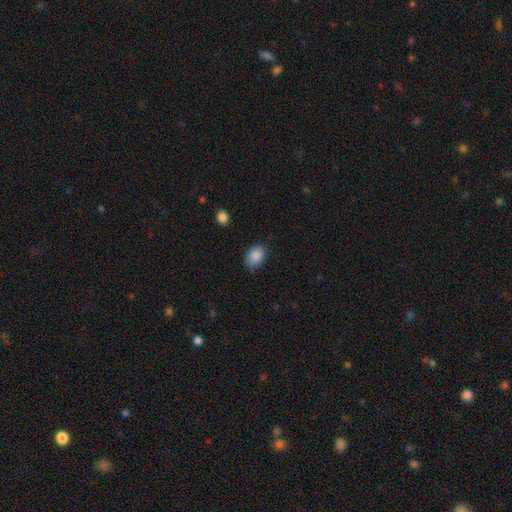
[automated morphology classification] Overall: smooth (88%). How rounded: in between (75%). Merging: none (72%).